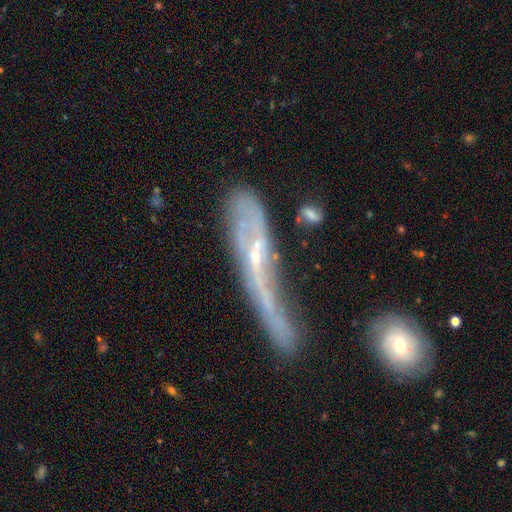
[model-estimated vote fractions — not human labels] Smooth or featured? featured or disk (72%)
Edge-on disk? no (56%)
Merging? none (33%)